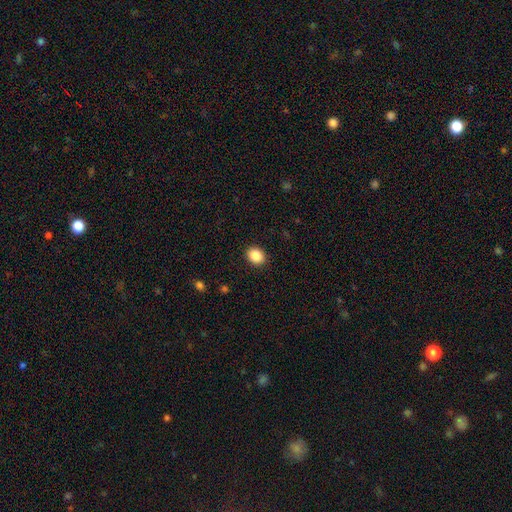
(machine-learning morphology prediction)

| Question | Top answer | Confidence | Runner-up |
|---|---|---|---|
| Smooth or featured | smooth | 87% | star or artifact (9%) |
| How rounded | round | 52% | in between (47%) |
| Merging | none | 91% | minor disturbance (6%) |